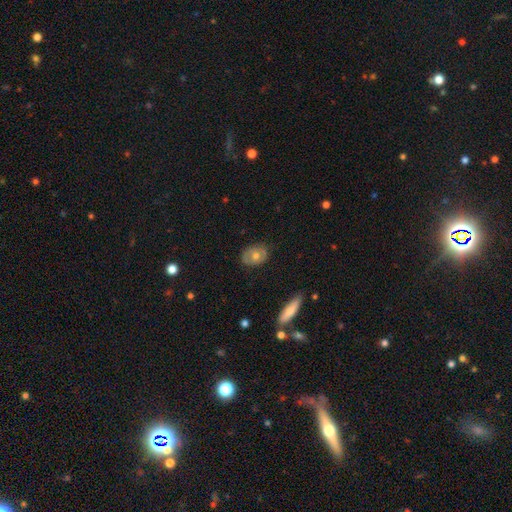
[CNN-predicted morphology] smooth_or_featured: smooth (p=0.50) [alt: featured or disk p=0.43]
merging: none (p=0.79) [alt: minor disturbance p=0.16]